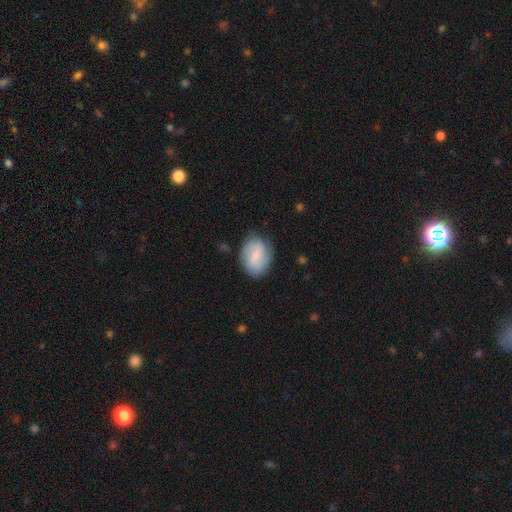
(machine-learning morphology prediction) This appears to be a featured or disk galaxy (51%). Merging: none (74%).